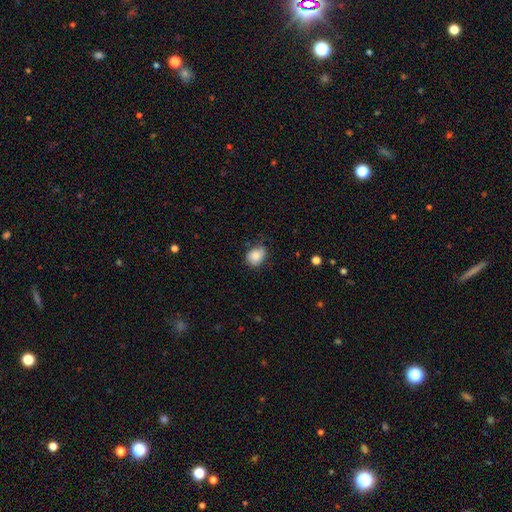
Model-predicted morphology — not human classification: Overall: smooth (83%). How rounded: round (50%; in between 49%). Merging: none (63%; minor disturbance 29%).